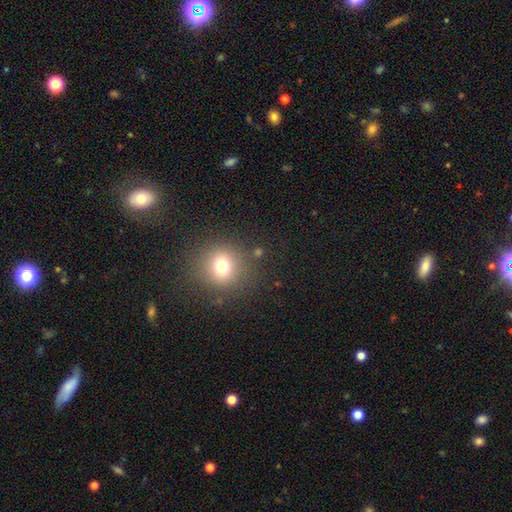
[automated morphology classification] Q: Smooth or featured?
A: smooth (67%); runner-up: star or artifact (23%)
Q: How rounded?
A: round (88%); runner-up: in between (11%)
Q: Merging?
A: none (85%); runner-up: minor disturbance (8%)